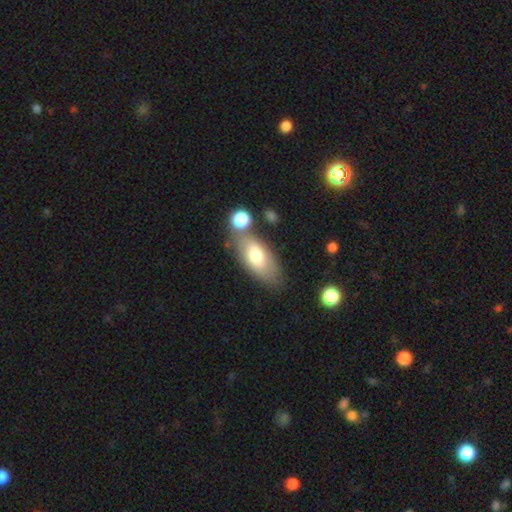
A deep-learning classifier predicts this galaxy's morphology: smooth-or-featured: smooth: 71% | featured or disk: 22% | star or artifact: 7%
  how-rounded: in between: 84% | cigar-shaped: 12% | round: 4%
  merging: none: 63% | merger: 17% | minor disturbance: 15% | major disturbance: 5%